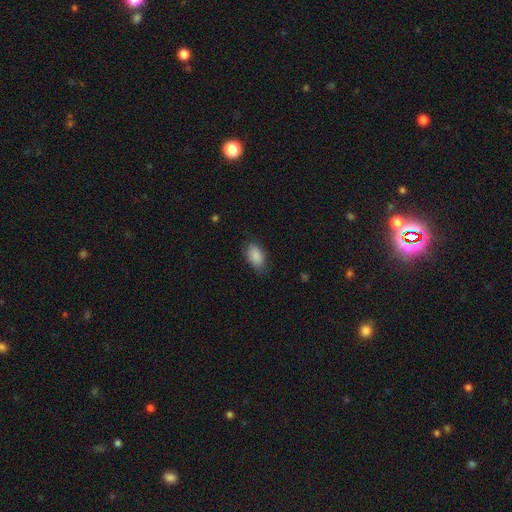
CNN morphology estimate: Overall: smooth (88%). How rounded: in between (91%). Merging: none (76%).